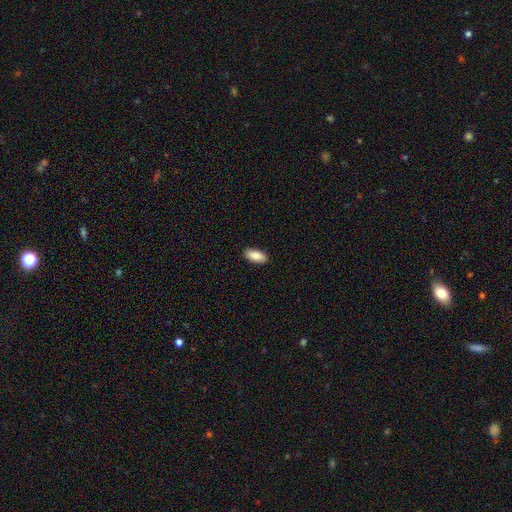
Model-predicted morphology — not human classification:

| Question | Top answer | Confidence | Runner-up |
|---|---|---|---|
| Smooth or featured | smooth | 87% | featured or disk (7%) |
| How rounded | in between | 90% | cigar-shaped (8%) |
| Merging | none | 90% | minor disturbance (7%) |